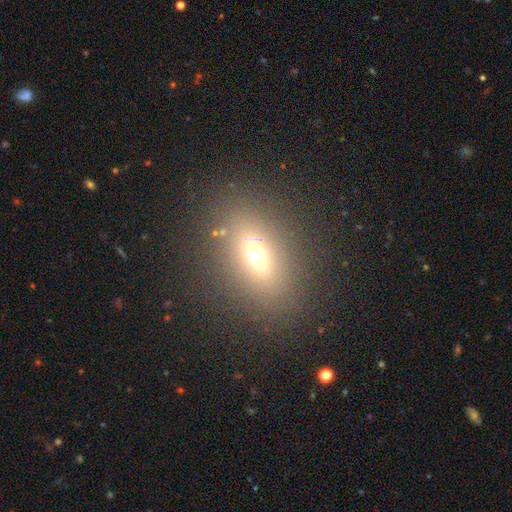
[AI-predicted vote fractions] A smooth galaxy with no disk features (58%) that is in between round and cigar-shaped (72%). Merging: none (83%).